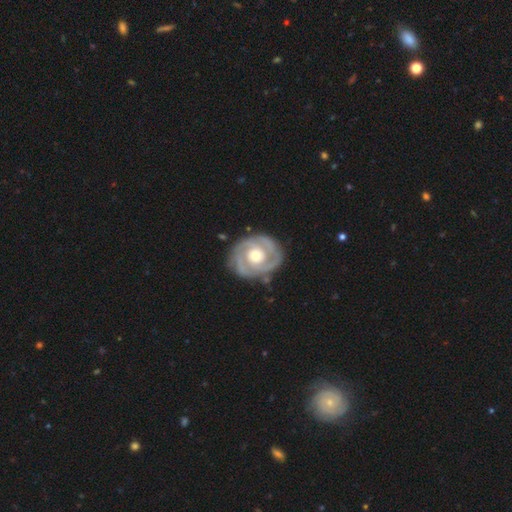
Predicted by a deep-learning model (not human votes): Overall: featured or disk (88%). Edge-on disk: no (98%). Bar: no (75%). Spiral arms: yes (95%). Spiral arm count: 2 (55%; 3 21%). Spiral winding: tight (69%). Bulge size: moderate (71%). Merging: none (80%).